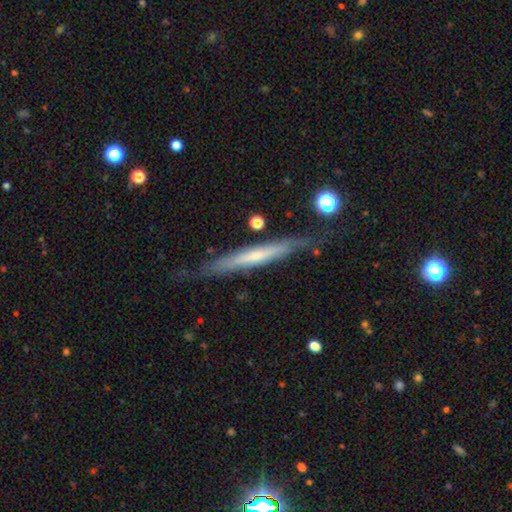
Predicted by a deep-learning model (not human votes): This is possibly a featured or disk galaxy (57%). It is clearly viewed edge-on (91%). Edge-on bulge: likely none (69%). Merging: likely none (77%).